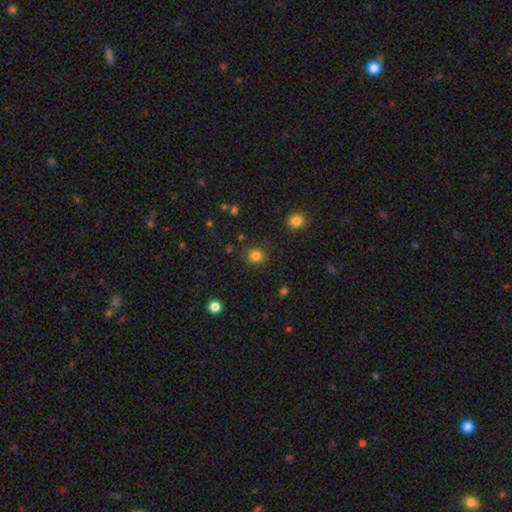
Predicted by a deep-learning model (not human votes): Overall: smooth (83%). How rounded: round (81%). Merging: none (87%).